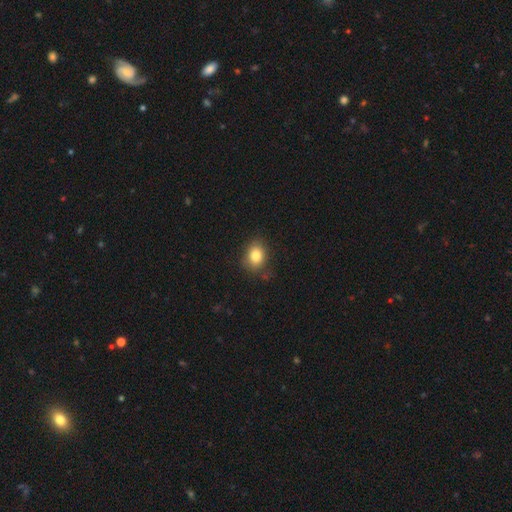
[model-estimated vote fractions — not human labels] Smooth or featured? smooth (82%)
How rounded? in between (52%)
Merging? none (76%)